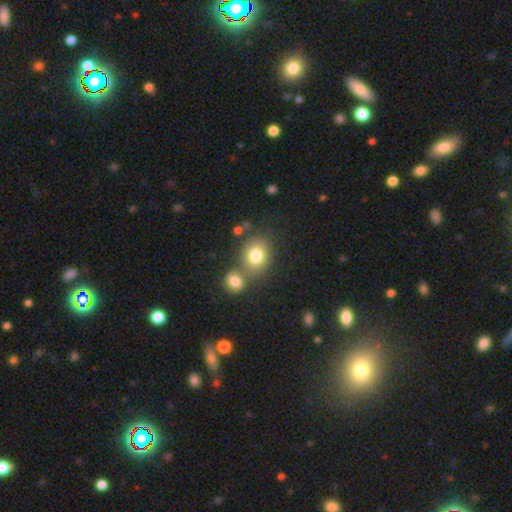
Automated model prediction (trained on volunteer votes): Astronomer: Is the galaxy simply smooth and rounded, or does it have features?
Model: smooth — 79%.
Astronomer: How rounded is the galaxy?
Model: round — 63%.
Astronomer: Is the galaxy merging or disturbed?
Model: none — 51% (runner-up: merger, 35%).